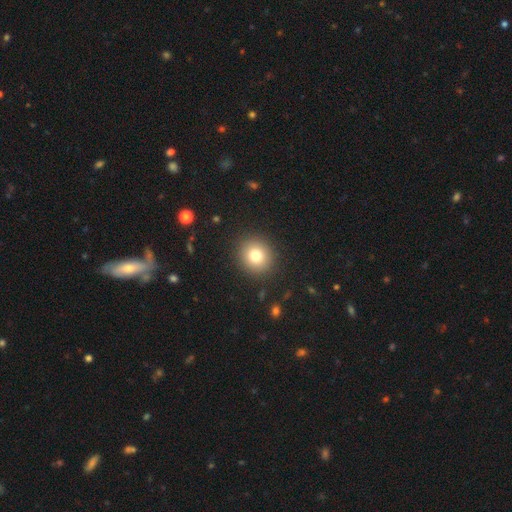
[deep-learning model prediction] A smooth galaxy with no disk features (78%) that is round (88%).

Vote fractions:
- Smooth or featured? smooth: 78% / star or artifact: 12% / featured or disk: 10%
- How rounded? round: 88% / in between: 11% / cigar-shaped: 1%
- Merging? none: 91% / minor disturbance: 6% / major disturbance: 2% / merger: 1%